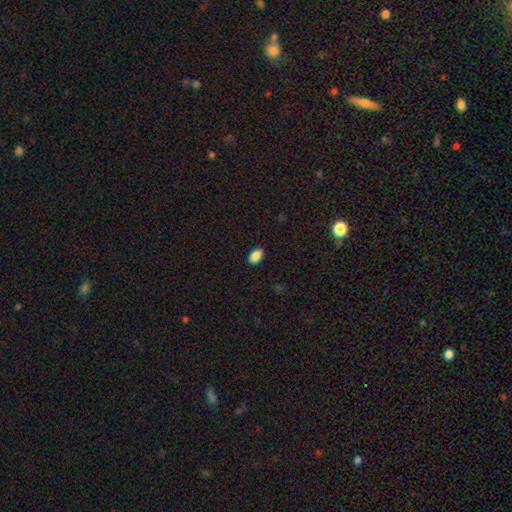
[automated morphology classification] Q: Smooth or featured?
A: smooth (89%); runner-up: star or artifact (8%)
Q: How rounded?
A: in between (91%); runner-up: round (8%)
Q: Merging?
A: none (89%); runner-up: minor disturbance (8%)